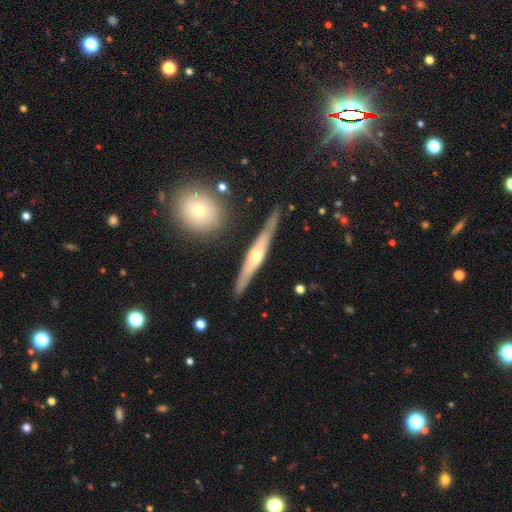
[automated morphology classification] Smooth or featured?
  - featured or disk: 68% *
  - smooth: 27%
  - star or artifact: 5%
Edge-on disk?
  - yes: 94% *
  - no: 6%
Edge-on bulge?
  - rounded: 79% *
  - boxy: 11%
  - none: 10%
Merging?
  - none: 83% *
  - minor disturbance: 12%
  - merger: 3%
  - major disturbance: 3%